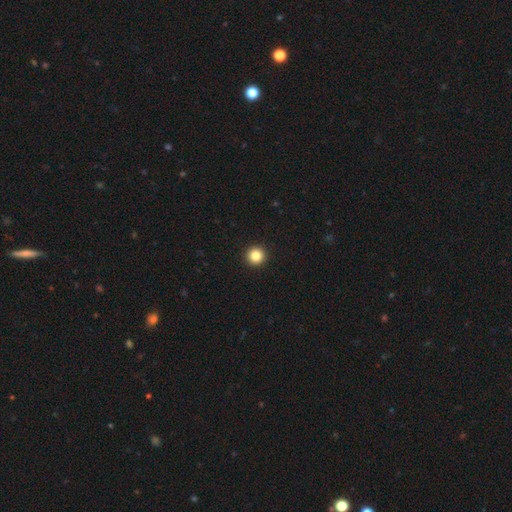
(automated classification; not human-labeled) Q: Smooth or featured?
A: smooth (85%); runner-up: star or artifact (11%)
Q: How rounded?
A: round (96%); runner-up: in between (3%)
Q: Merging?
A: none (94%); runner-up: minor disturbance (4%)